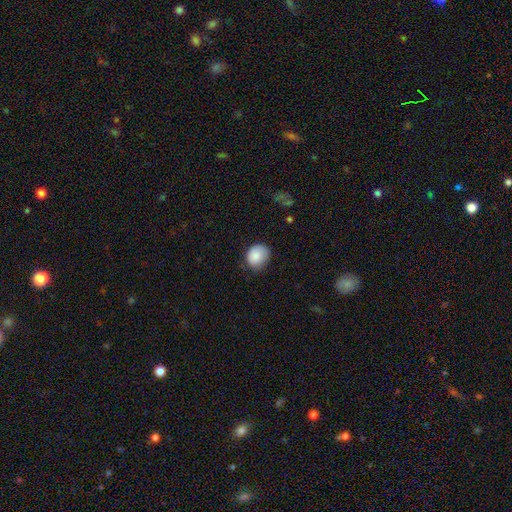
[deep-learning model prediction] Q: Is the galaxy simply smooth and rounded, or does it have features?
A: smooth — 85%.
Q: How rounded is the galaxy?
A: round — 69%.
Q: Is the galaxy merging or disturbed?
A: none — 65%.